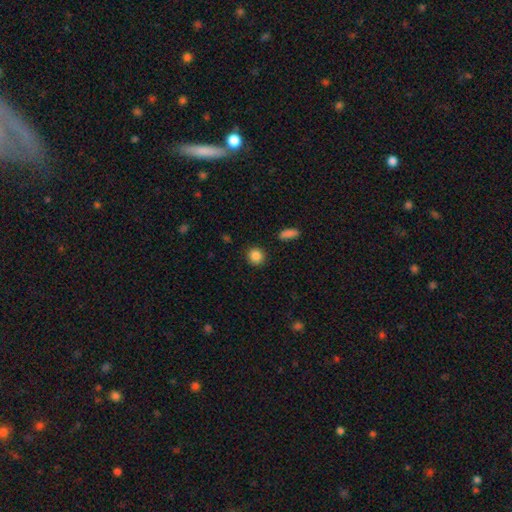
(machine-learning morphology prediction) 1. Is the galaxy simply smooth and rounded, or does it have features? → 88% smooth, 9% star or artifact, 4% featured or disk.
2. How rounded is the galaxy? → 87% round, 11% in between, 1% cigar-shaped.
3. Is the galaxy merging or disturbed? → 90% none, 7% minor disturbance, 2% major disturbance, 2% merger.